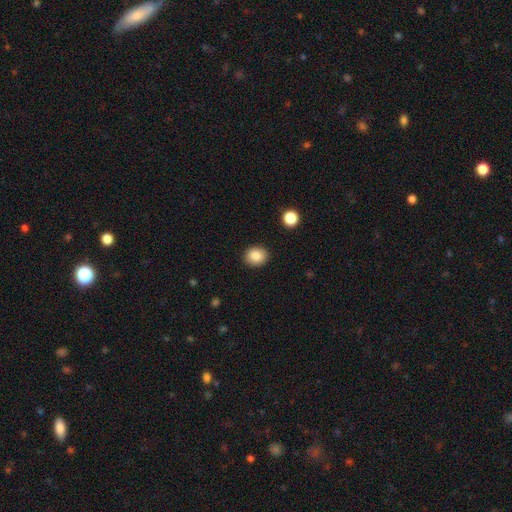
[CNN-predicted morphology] smooth_or_featured: smooth (p=0.86) [alt: star or artifact p=0.09]
how_rounded: round (p=0.66) [alt: in between p=0.33]
merging: none (p=0.90) [alt: minor disturbance p=0.07]